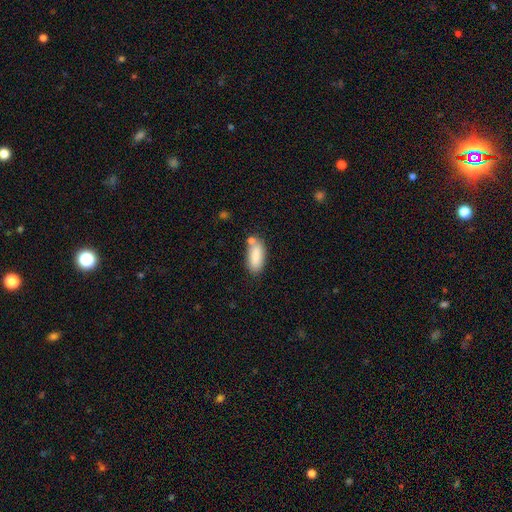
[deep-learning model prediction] Smooth or featured? smooth (86%)
How rounded? in between (82%)
Merging? none (63%)